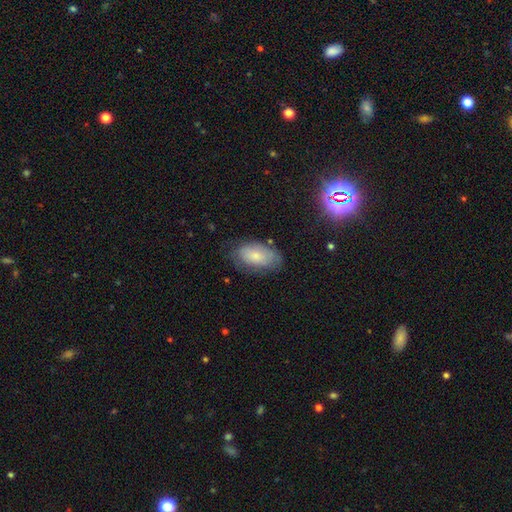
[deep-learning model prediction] A smooth galaxy with no disk features (70%) that is in between round and cigar-shaped (93%). Merging: none (65%).